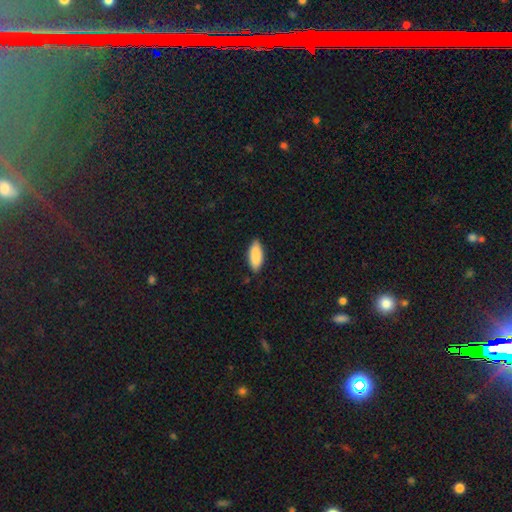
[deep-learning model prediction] Smooth or featured: smooth — 88% (featured or disk — 7%)
How rounded: in between — 81% (cigar-shaped — 17%)
Merging: none — 85% (minor disturbance — 12%)